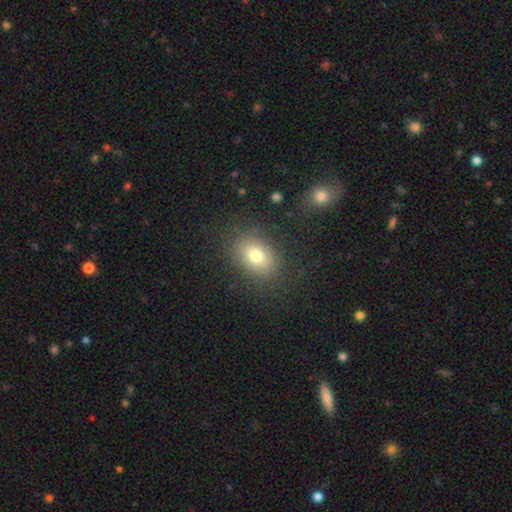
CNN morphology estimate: smooth 78%, featured or disk 11%, star or artifact 11%. Down the decision tree: how rounded — in between (73%); merging — none (84%).